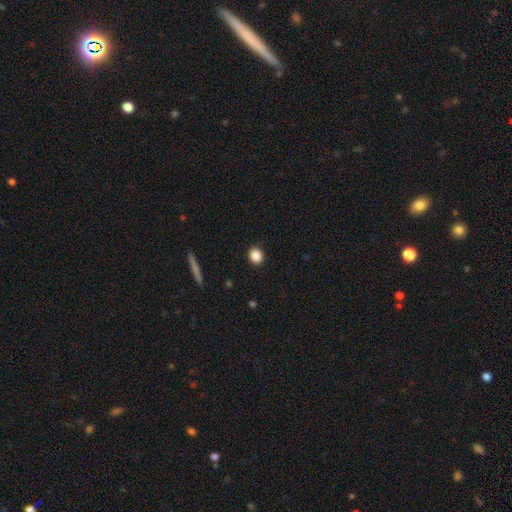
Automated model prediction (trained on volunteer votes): smooth_or_featured: smooth (p=0.87) [alt: star or artifact p=0.10]
how_rounded: round (p=0.76) [alt: in between p=0.22]
merging: none (p=0.89) [alt: minor disturbance p=0.07]